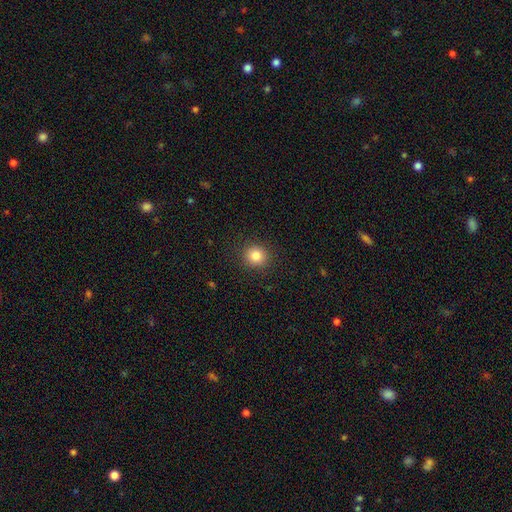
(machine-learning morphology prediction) A smooth galaxy with no disk features (84%) that is round (89%). Merging: none (90%).